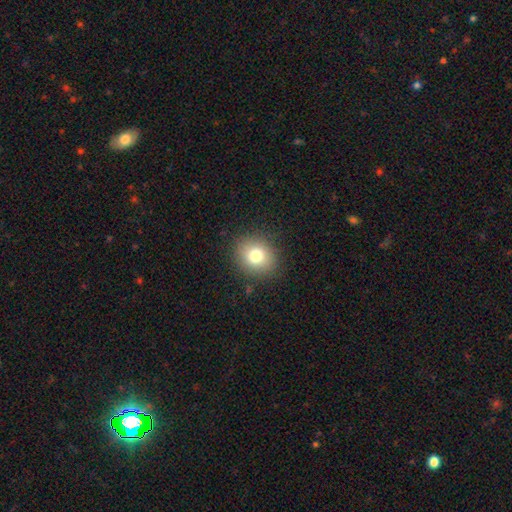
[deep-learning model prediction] This is likely a smooth galaxy (78%). How rounded: likely round (73%). Merging: clearly none (87%).